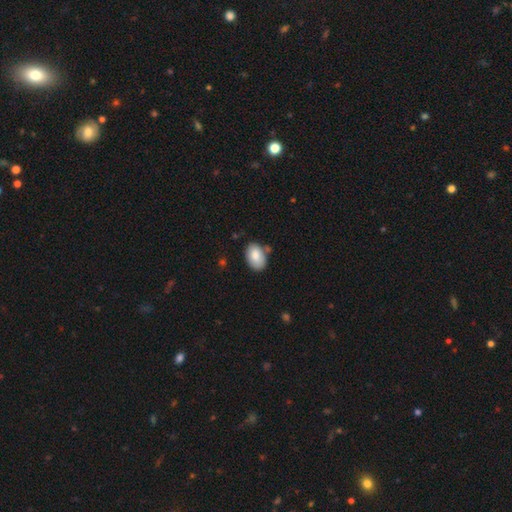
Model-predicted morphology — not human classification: smooth_or_featured: smooth (p=0.85) [alt: featured or disk p=0.08]
how_rounded: in between (p=0.89) [alt: round p=0.10]
merging: none (p=0.72) [alt: minor disturbance p=0.18]